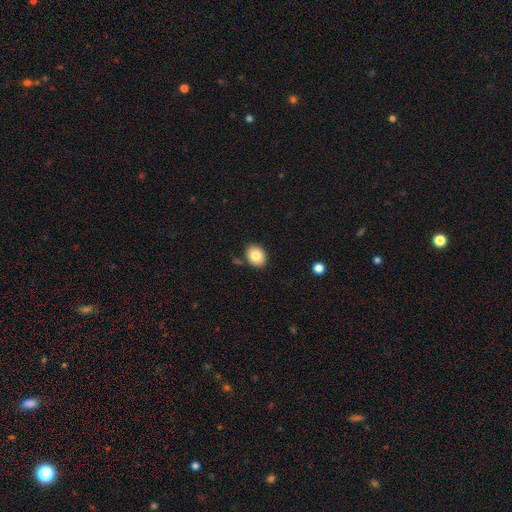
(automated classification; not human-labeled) Morphology: type=smooth (83%); roundness=round (53%); merging=none (85%).